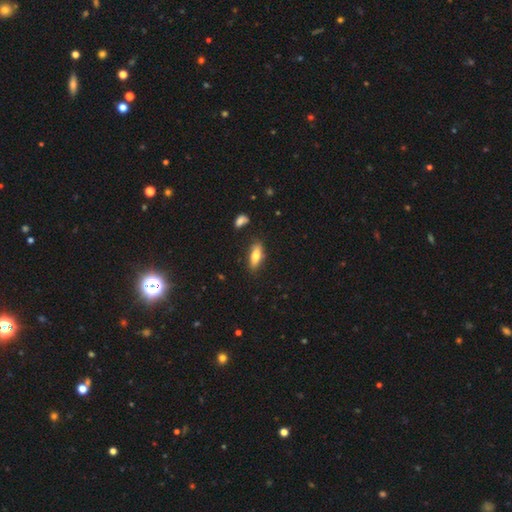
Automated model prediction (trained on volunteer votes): Q: Smooth or featured?
A: smooth (74%); runner-up: featured or disk (19%)
Q: How rounded?
A: in between (70%); runner-up: cigar-shaped (28%)
Q: Merging?
A: none (83%); runner-up: minor disturbance (12%)